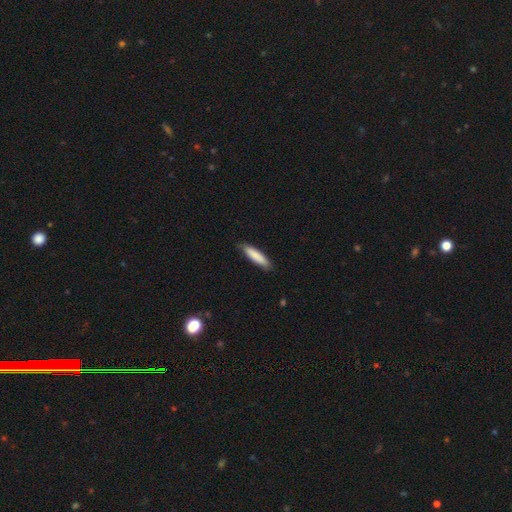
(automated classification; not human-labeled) smooth_or_featured: smooth (p=0.85) [alt: featured or disk p=0.10]
how_rounded: cigar-shaped (p=0.78) [alt: in between p=0.21]
merging: none (p=0.83) [alt: minor disturbance p=0.14]